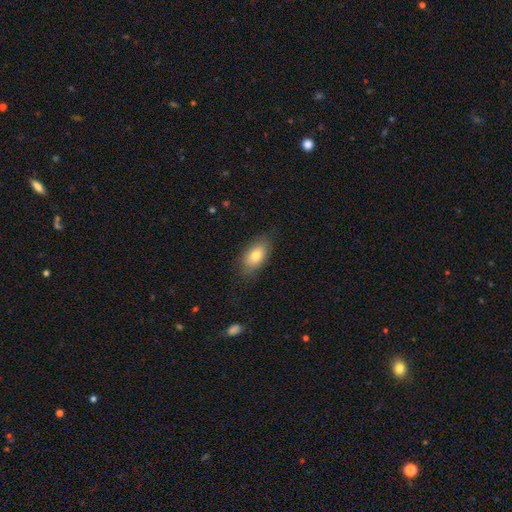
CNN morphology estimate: This is likely a smooth galaxy (76%). How rounded: clearly in between (90%). Merging: likely none (79%).